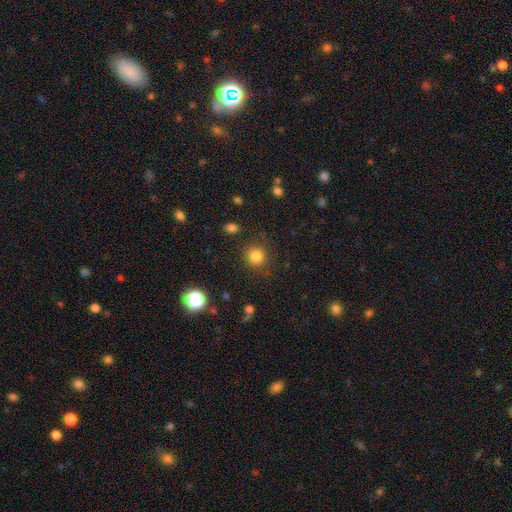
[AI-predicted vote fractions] This is clearly a smooth galaxy (83%). How rounded: clearly round (92%). Merging: clearly none (87%).